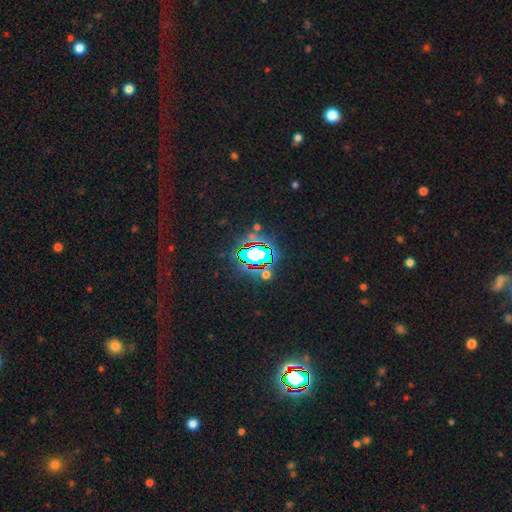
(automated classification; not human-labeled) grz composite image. It shows a star or artifact, not a galaxy (69%).